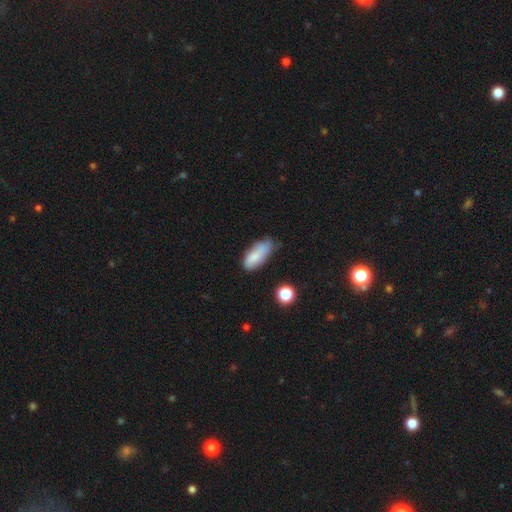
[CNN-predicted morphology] The model was most divided on "merging": none: 46%, minor disturbance: 39%, major disturbance: 10%, merger: 4%. More confident: how rounded — in between (78%); smooth or featured — smooth (76%).